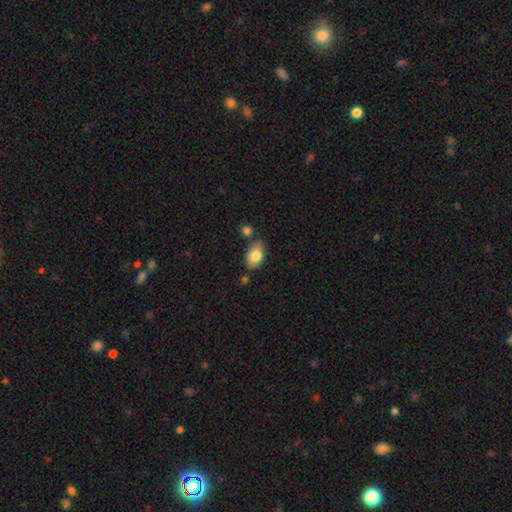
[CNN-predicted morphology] smooth 82%, featured or disk 11%, star or artifact 7%. Down the decision tree: how rounded — in between (89%); merging — none (71%).